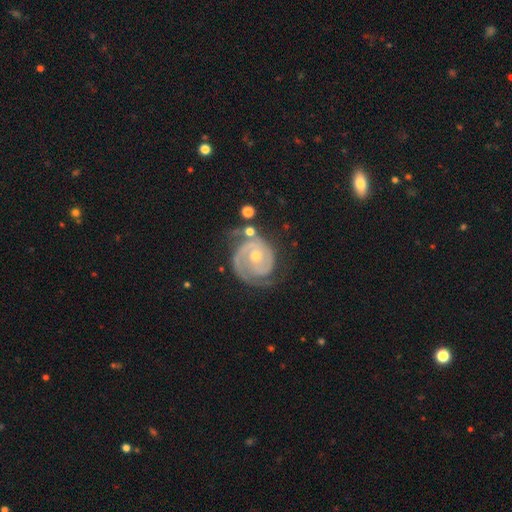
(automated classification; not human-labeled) This is clearly a featured or disk galaxy (87%). It is clearly not viewed edge-on (98%). Bar: likely no (72%). Spiral arm pattern: clearly yes (96%). Spiral arm count: possibly 2 (57%). Spiral winding: likely tight (68%). Central bulge: possibly moderate (50%). Merging: likely none (61%).